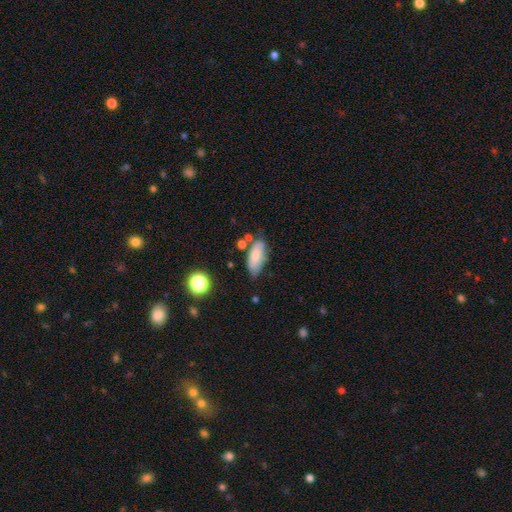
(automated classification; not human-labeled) smooth 77%, featured or disk 15%, star or artifact 8%. Down the decision tree: how rounded — in between (84%); merging — none (60%).